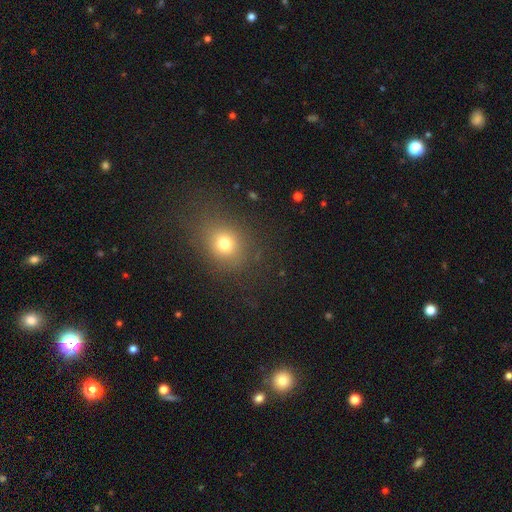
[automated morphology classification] A smooth galaxy with no disk features (64%) that is round (60%).

Vote fractions:
- Smooth or featured? smooth: 64% / star or artifact: 28% / featured or disk: 8%
- How rounded? round: 60% / in between: 38% / cigar-shaped: 1%
- Merging? none: 87% / minor disturbance: 8% / major disturbance: 3% / merger: 1%